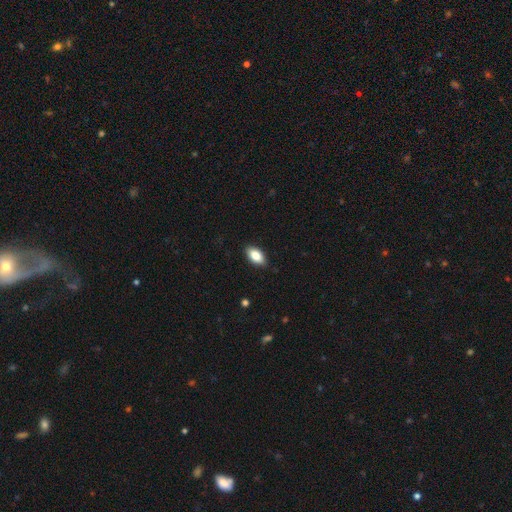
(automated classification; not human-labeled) smooth_or_featured: smooth (p=0.85) [alt: featured or disk p=0.08]
how_rounded: in between (p=0.92) [alt: cigar-shaped p=0.04]
merging: none (p=0.87) [alt: minor disturbance p=0.10]